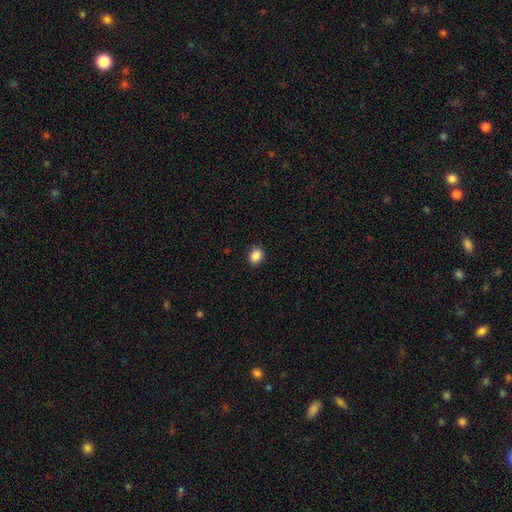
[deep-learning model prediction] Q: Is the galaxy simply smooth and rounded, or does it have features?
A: smooth — 87%.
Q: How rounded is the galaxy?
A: round — 65%.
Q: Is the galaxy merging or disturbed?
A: none — 89%.